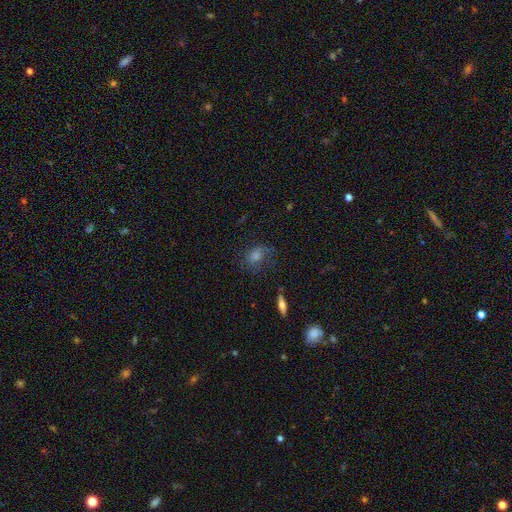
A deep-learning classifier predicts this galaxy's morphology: Smooth or featured? Predicted: smooth (p=0.45). Merging? Predicted: none (p=0.59).